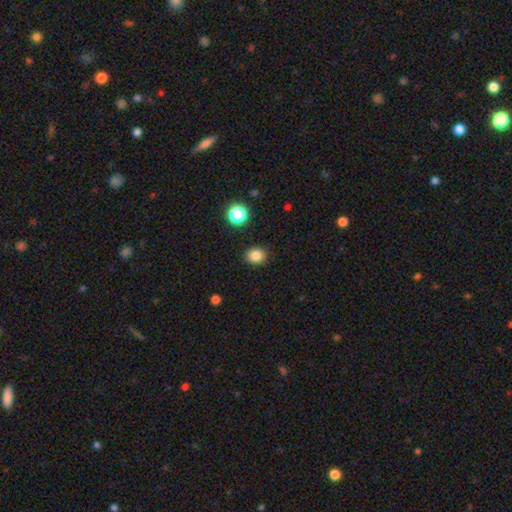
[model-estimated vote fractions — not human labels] Overall: smooth (83%). How rounded: round (65%; in between 34%). Merging: none (89%).